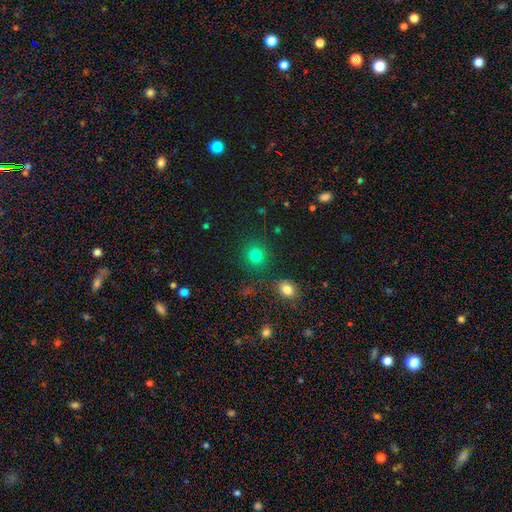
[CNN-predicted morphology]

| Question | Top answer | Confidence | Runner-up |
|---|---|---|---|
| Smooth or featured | smooth | 78% | star or artifact (16%) |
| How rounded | round | 88% | in between (11%) |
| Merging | none | 82% | minor disturbance (9%) |